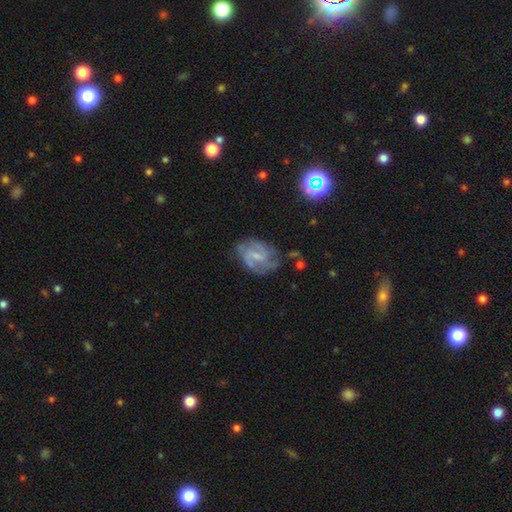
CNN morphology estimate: type=featured or disk (72%); edge-on=no (97%); bar=weak (55%); spiral arms=yes (88%); winding=medium (48%); arm count=2 (57%); bulge=small (57%); merging=none (62%).